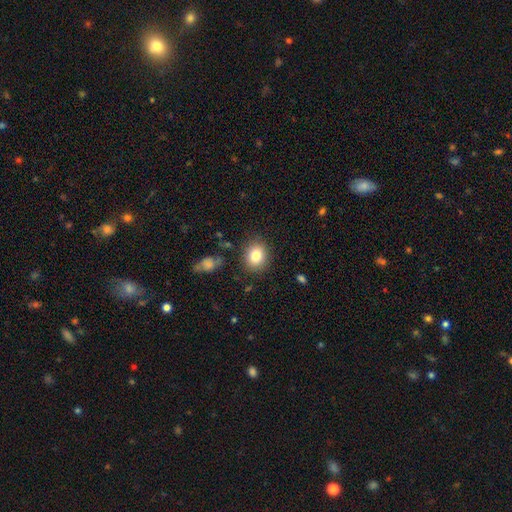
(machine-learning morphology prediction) smooth_or_featured: smooth (p=0.82) [alt: star or artifact p=0.09]
how_rounded: round (p=0.62) [alt: in between p=0.37]
merging: none (p=0.86) [alt: minor disturbance p=0.09]